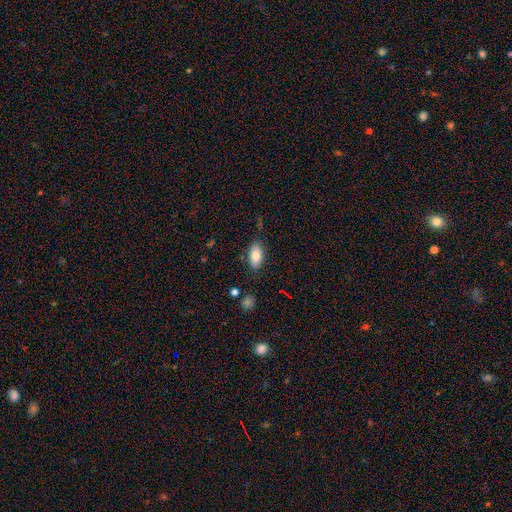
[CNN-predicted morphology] Smooth or featured? Predicted: smooth (p=0.82). How rounded? Predicted: in between (p=0.93). Merging? Predicted: none (p=0.80).